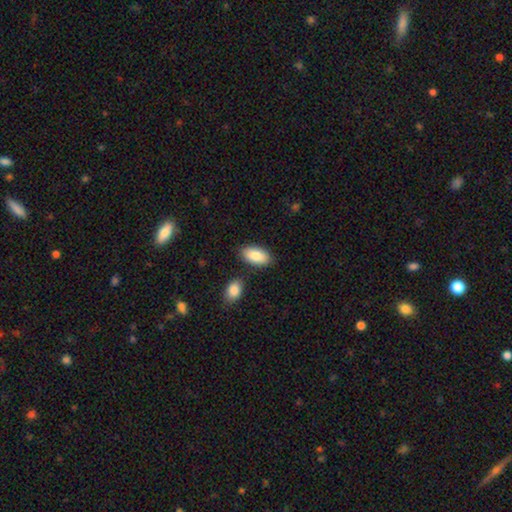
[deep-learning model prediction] Smooth or featured?
  - smooth: 86% *
  - featured or disk: 8%
  - star or artifact: 6%
How rounded?
  - in between: 94% *
  - cigar-shaped: 4%
  - round: 2%
Merging?
  - none: 82% *
  - minor disturbance: 10%
  - merger: 6%
  - major disturbance: 2%